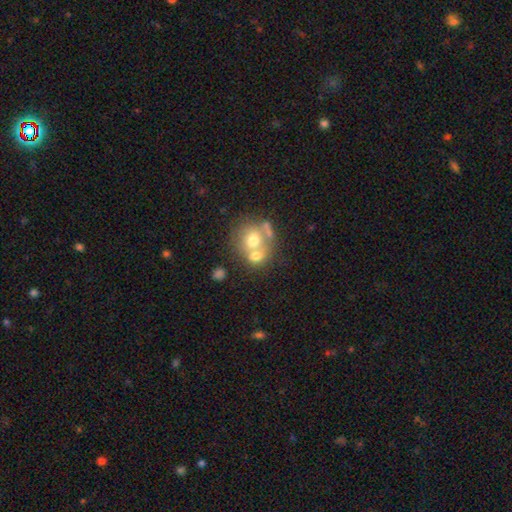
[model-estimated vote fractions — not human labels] This appears to be a smooth galaxy with no disk features (63%) that is round (70%). Merging: merger (58%).